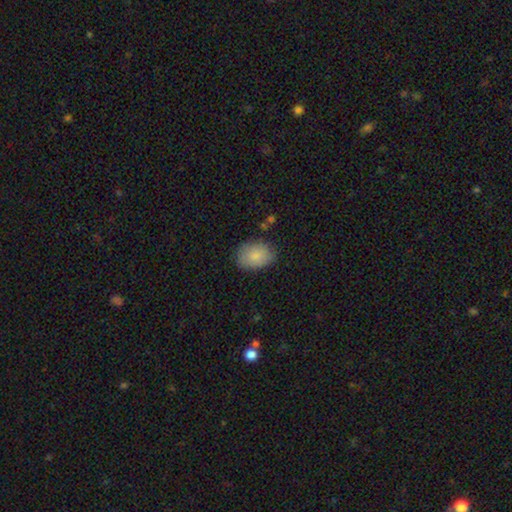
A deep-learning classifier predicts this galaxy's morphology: Overall: smooth (84%). How rounded: in between (78%). Merging: none (78%).